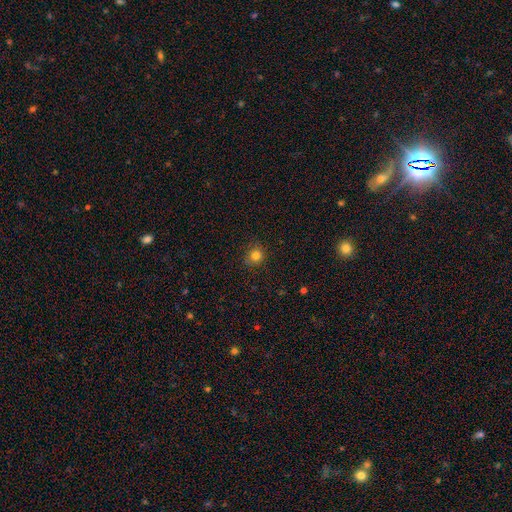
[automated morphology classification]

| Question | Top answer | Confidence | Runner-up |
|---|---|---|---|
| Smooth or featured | smooth | 81% | star or artifact (13%) |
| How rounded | round | 86% | in between (13%) |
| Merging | none | 85% | minor disturbance (11%) |